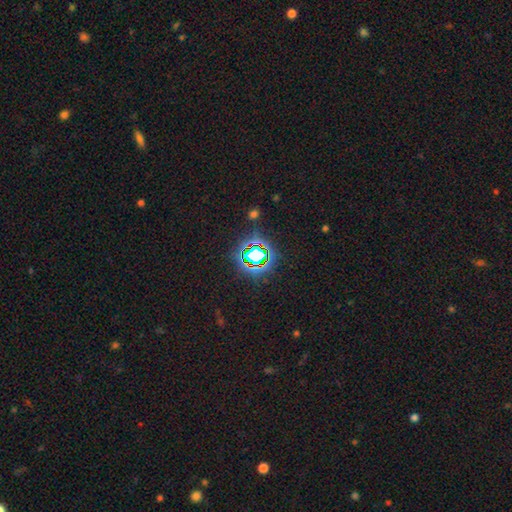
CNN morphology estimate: Smooth or featured? Predicted: star or artifact (p=0.70).